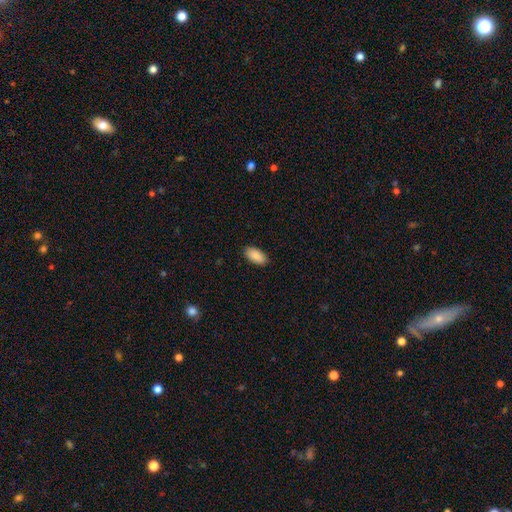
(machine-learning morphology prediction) Smooth or featured? smooth (89%)
How rounded? in between (94%)
Merging? none (89%)